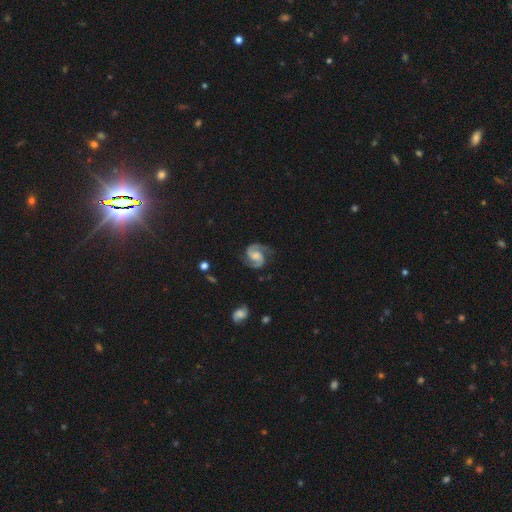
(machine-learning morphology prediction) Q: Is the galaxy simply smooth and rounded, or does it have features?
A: featured or disk — 90%.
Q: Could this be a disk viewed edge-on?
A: no — 98%.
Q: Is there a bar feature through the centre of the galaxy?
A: no — 47%.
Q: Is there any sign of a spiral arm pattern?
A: yes — 98%.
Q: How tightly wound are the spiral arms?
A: medium — 59%.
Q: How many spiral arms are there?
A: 2 — 94%.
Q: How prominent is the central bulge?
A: moderate — 44%.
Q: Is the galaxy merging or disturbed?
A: none — 80%.